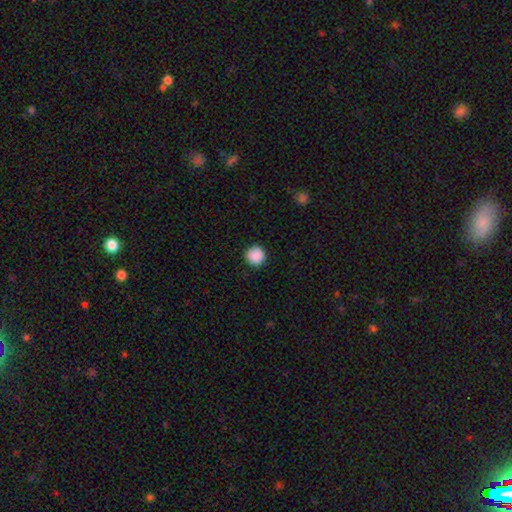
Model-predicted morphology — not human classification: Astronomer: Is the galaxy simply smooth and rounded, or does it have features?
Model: smooth — 90%.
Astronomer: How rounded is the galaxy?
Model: round — 95%.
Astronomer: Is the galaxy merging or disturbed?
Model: none — 92%.